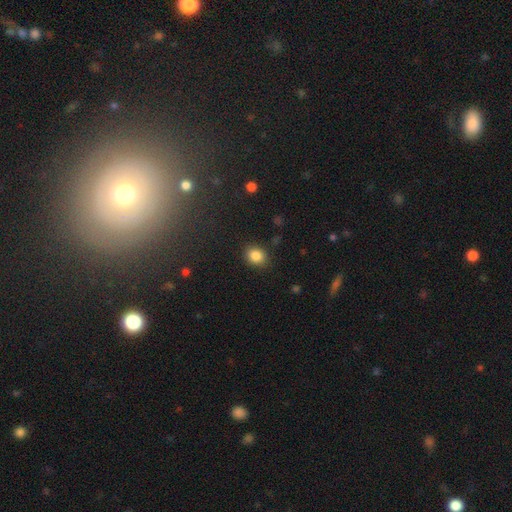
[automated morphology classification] Smooth or featured? Predicted: smooth (p=0.86). How rounded? Predicted: round (p=0.61). Merging? Predicted: none (p=0.86).